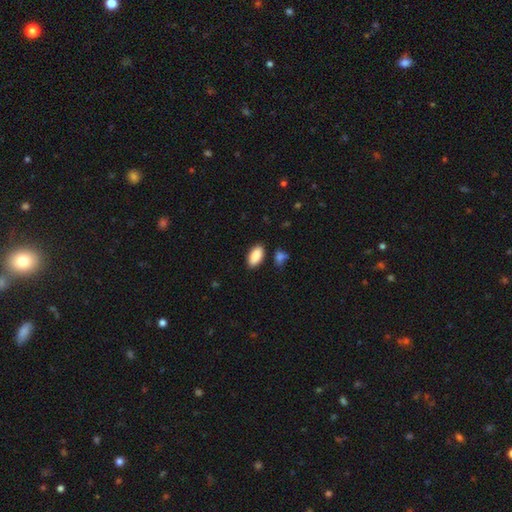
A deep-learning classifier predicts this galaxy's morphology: The model was most divided on "merging": none: 85%, minor disturbance: 10%, merger: 3%, major disturbance: 2%. More confident: how rounded — in between (93%); smooth or featured — smooth (90%).